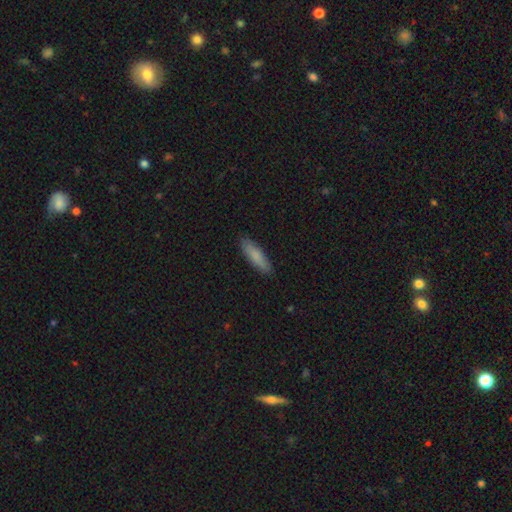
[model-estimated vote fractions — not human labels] smooth_or_featured: smooth (p=0.84) [alt: featured or disk p=0.11]
how_rounded: cigar-shaped (p=0.69) [alt: in between p=0.30]
merging: none (p=0.88) [alt: minor disturbance p=0.09]